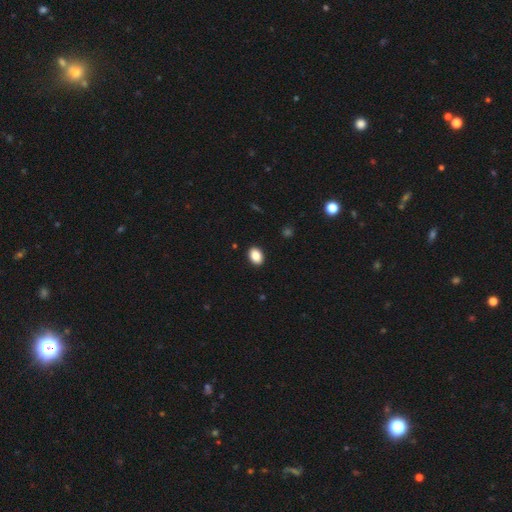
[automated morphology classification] Smooth or featured?
  - smooth: 88% *
  - star or artifact: 8%
  - featured or disk: 4%
How rounded?
  - in between: 81% *
  - round: 18%
  - cigar-shaped: 1%
Merging?
  - none: 91% *
  - minor disturbance: 6%
  - major disturbance: 2%
  - merger: 1%